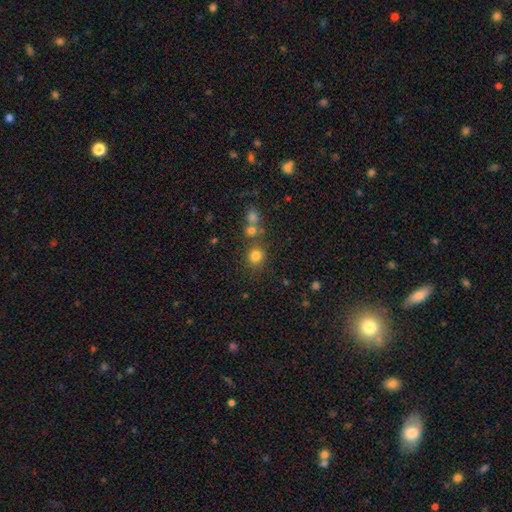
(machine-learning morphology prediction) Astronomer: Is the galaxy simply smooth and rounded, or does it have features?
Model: smooth — 78%.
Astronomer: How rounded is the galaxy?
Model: round — 90%.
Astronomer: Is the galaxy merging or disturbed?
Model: none — 74%.